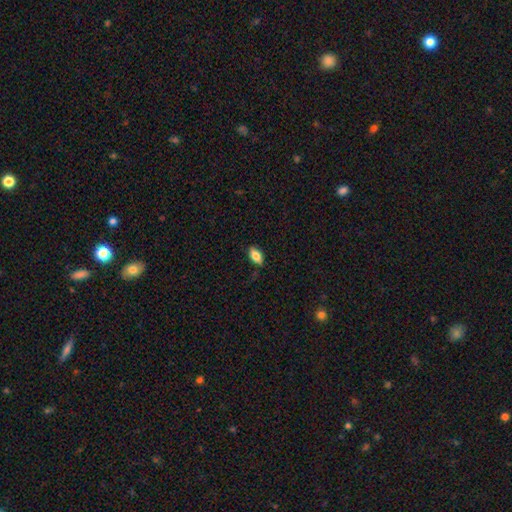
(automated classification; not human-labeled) A smooth galaxy with no disk features (78%) that is in between round and cigar-shaped (89%).

Vote fractions:
- Smooth or featured? smooth: 78% / featured or disk: 14% / star or artifact: 8%
- How rounded? in between: 89% / cigar-shaped: 7% / round: 4%
- Merging? none: 84% / minor disturbance: 12% / major disturbance: 2% / merger: 1%